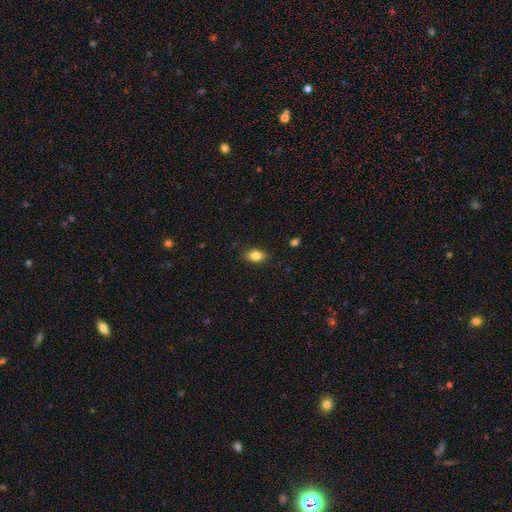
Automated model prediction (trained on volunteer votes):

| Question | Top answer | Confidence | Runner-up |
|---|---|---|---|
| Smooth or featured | smooth | 83% | star or artifact (9%) |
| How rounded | in between | 83% | round (14%) |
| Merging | none | 87% | minor disturbance (10%) |